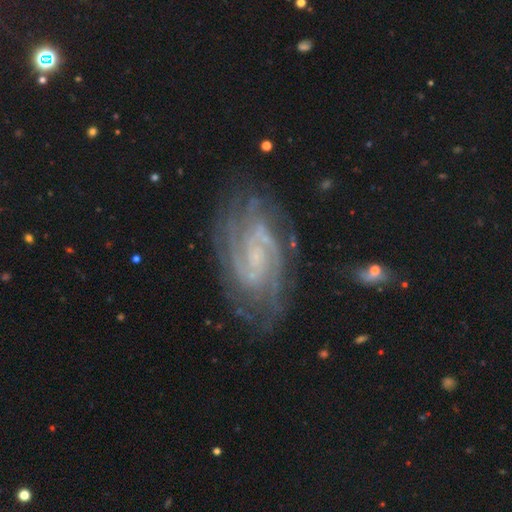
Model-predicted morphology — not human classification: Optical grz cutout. It shows a featured or disk galaxy (87%) with a weak bar (48%), 2 (43%) tight (59%) spiral arms (97%) and a small central bulge (59%). Merging: none (77%).